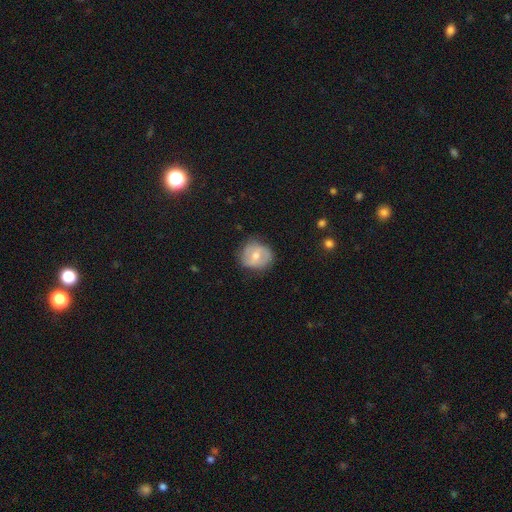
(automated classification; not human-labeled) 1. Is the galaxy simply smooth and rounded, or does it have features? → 50% smooth, 43% featured or disk, 7% star or artifact.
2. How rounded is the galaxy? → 74% round, 25% in between, 1% cigar-shaped.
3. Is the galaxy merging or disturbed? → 73% none, 20% minor disturbance, 5% major disturbance, 1% merger.